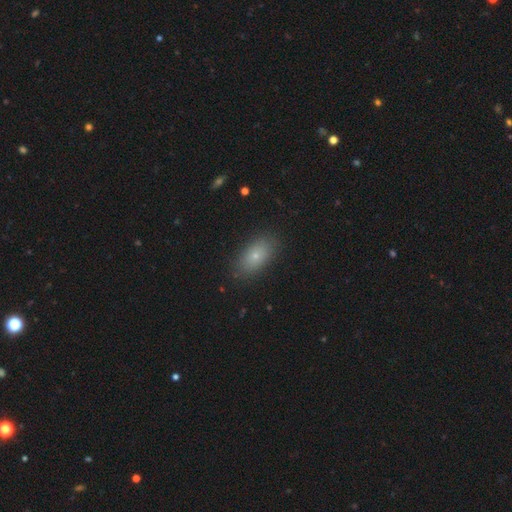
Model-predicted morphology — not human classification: The model was most divided on "smooth or featured": smooth: 75%, featured or disk: 14%, star or artifact: 11%. More confident: how rounded — in between (88%); merging — none (86%).